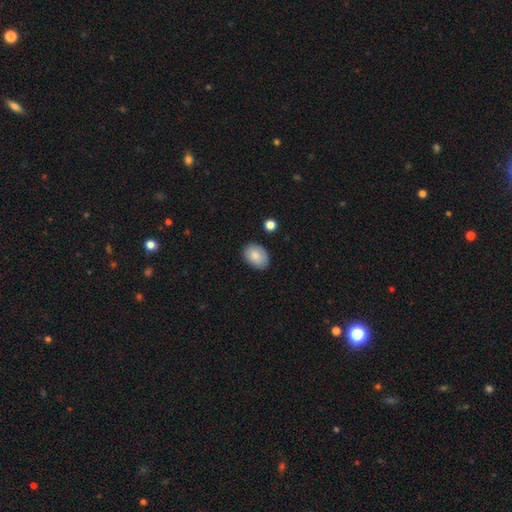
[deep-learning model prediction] A smooth galaxy with no disk features (83%) that is in between round and cigar-shaped (80%). Merging: none (81%).